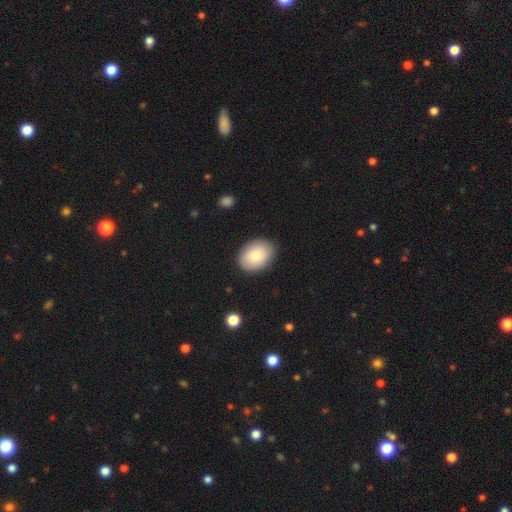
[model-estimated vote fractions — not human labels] smooth_or_featured: smooth (p=0.84) [alt: featured or disk p=0.10]
how_rounded: in between (p=0.72) [alt: round p=0.27]
merging: none (p=0.87) [alt: minor disturbance p=0.09]